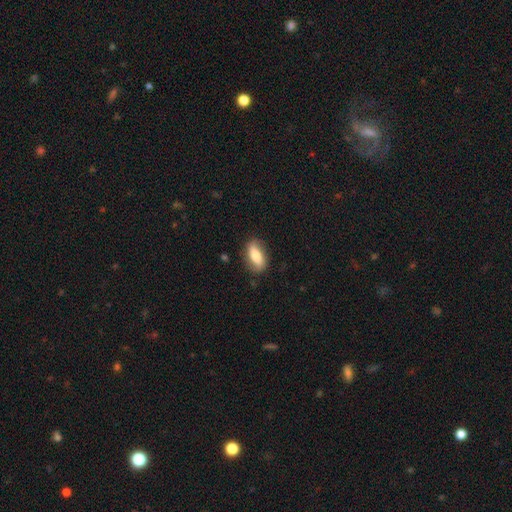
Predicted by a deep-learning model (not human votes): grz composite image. It shows a smooth galaxy with no disk features (66%) that is in between round and cigar-shaped (84%). Merging: none (80%).